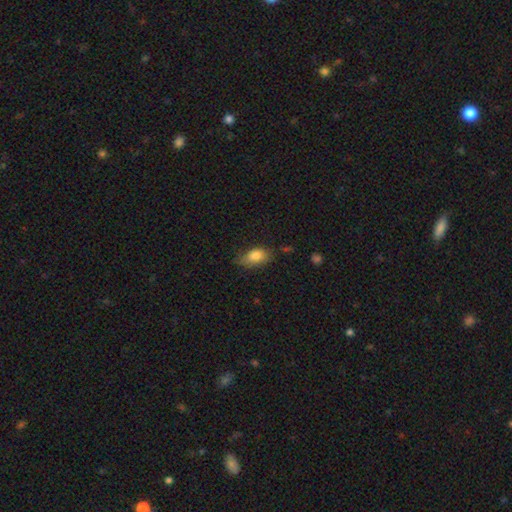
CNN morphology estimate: Smooth or featured? Predicted: smooth (p=0.82). How rounded? Predicted: in between (p=0.88). Merging? Predicted: none (p=0.59).